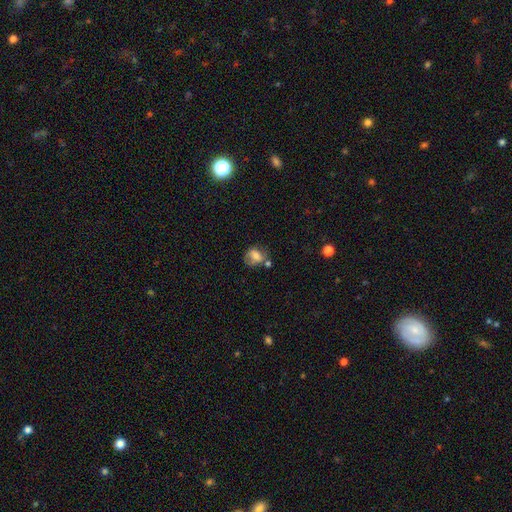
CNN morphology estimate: This is likely a smooth galaxy (66%). How rounded: possibly round (55%). Merging: possibly none (46%).